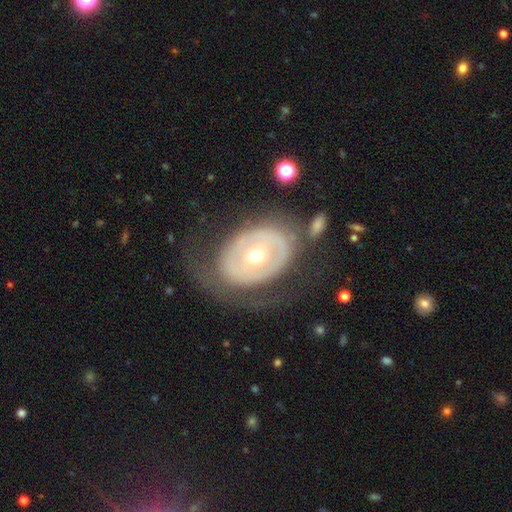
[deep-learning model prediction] Overall: featured or disk (67%). Edge-on disk: no (93%). Bar: no (67%). Spiral arms: no (73%). Bulge size: small (52%; moderate 44%). Merging: none (59%; major disturbance 19%).